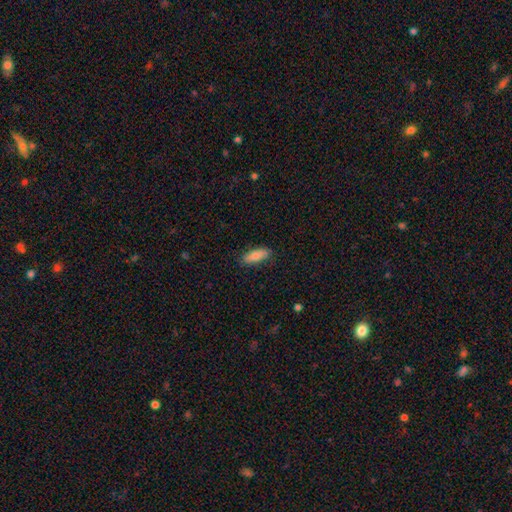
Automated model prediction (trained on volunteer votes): A smooth galaxy with no disk features (79%) that is in between round and cigar-shaped (68%). Merging: none (86%).